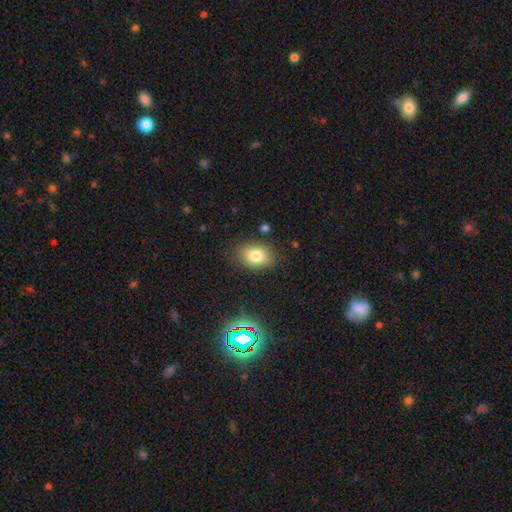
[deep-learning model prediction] Overall: smooth (78%). How rounded: in between (79%). Merging: none (81%).